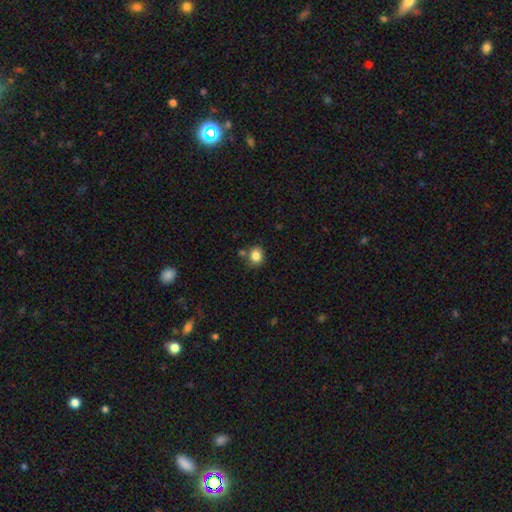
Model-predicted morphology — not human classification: Smooth or featured? smooth (84%)
How rounded? round (67%)
Merging? none (75%)